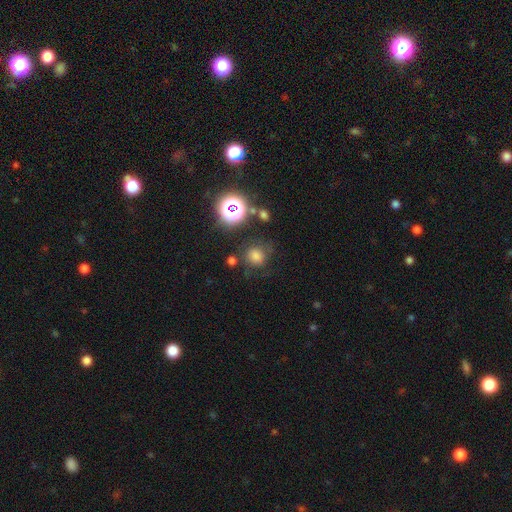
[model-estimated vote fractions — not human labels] Q: Smooth or featured?
A: smooth (68%); runner-up: star or artifact (23%)
Q: How rounded?
A: round (83%); runner-up: in between (16%)
Q: Merging?
A: none (70%); runner-up: minor disturbance (16%)